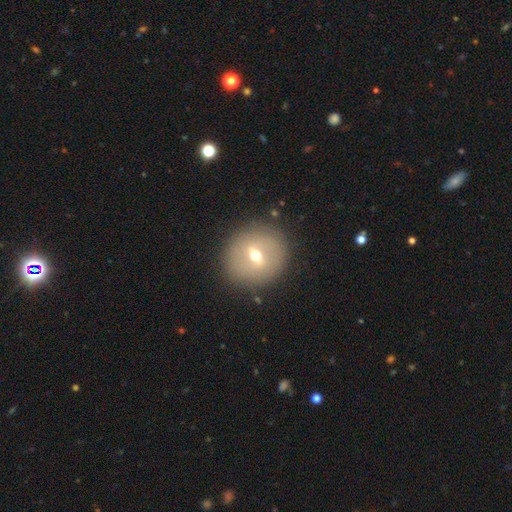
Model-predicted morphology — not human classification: Smooth or featured: smooth — 46% (featured or disk — 43%)
Merging: none — 86% (minor disturbance — 8%)